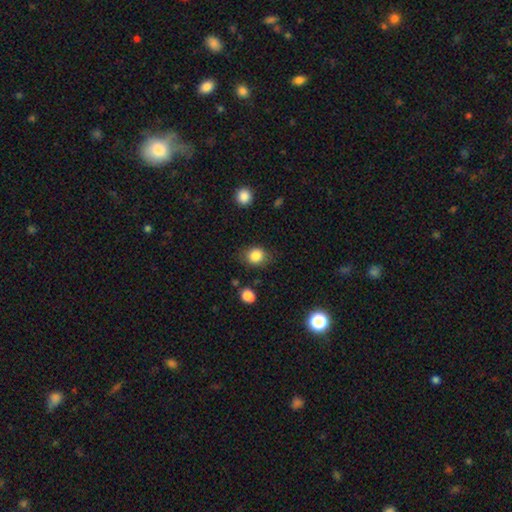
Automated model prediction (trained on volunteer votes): Morphology: type=smooth (85%); roundness=round (67%); merging=none (77%).